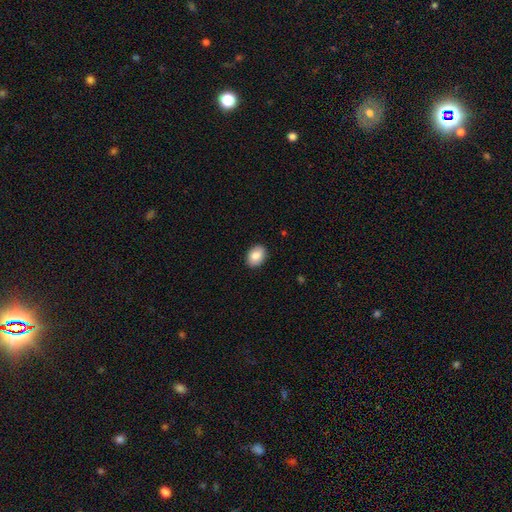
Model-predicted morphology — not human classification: smooth-or-featured: smooth: 85% | featured or disk: 8% | star or artifact: 7%
  how-rounded: in between: 73% | round: 26% | cigar-shaped: 1%
  merging: none: 90% | minor disturbance: 7% | major disturbance: 2% | merger: 1%